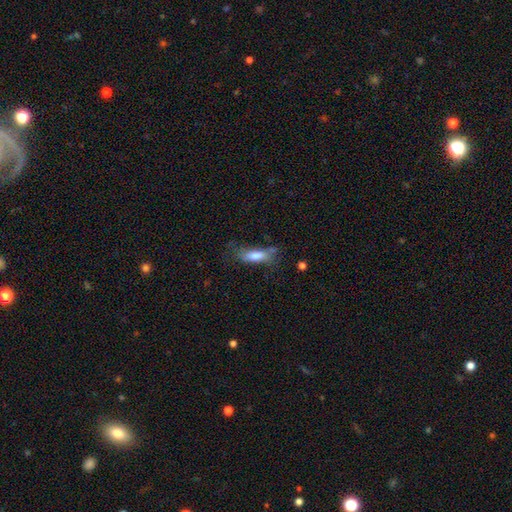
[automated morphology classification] smooth 73%, featured or disk 19%, star or artifact 8%. Down the decision tree: how rounded — in between (52%); merging — none (51%).